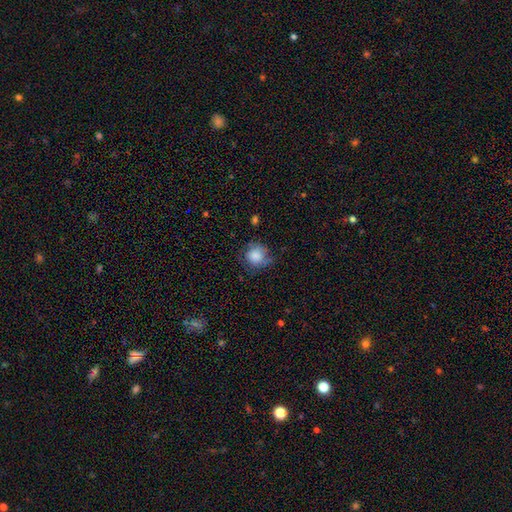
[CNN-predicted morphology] Smooth or featured: smooth — 81% (featured or disk — 11%)
How rounded: round — 87% (in between — 12%)
Merging: none — 63% (minor disturbance — 26%)